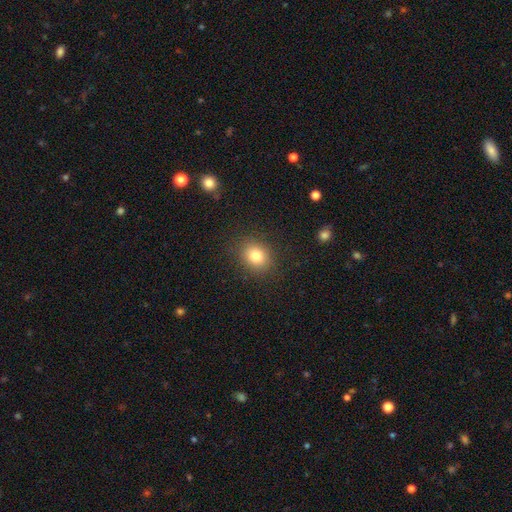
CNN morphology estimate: smooth-or-featured: smooth: 80% | star or artifact: 12% | featured or disk: 8%
  how-rounded: round: 68% | in between: 32% | cigar-shaped: 1%
  merging: none: 88% | minor disturbance: 8% | major disturbance: 3% | merger: 1%